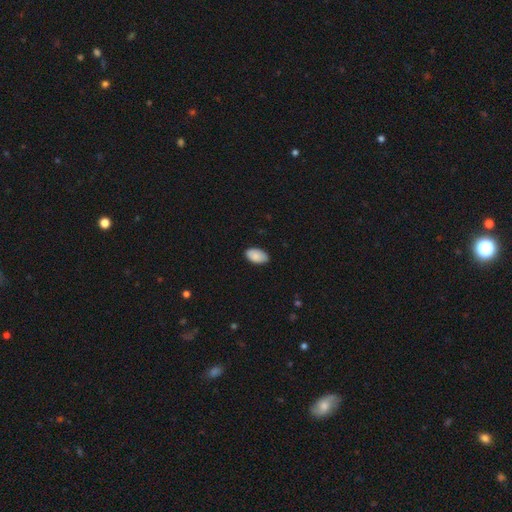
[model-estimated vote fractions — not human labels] Smooth or featured? smooth (88%)
How rounded? in between (95%)
Merging? none (86%)